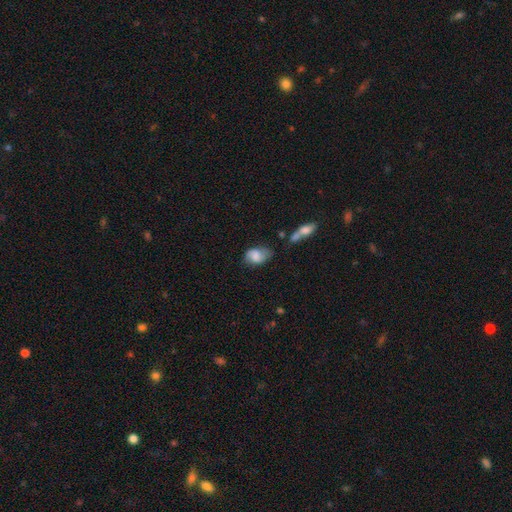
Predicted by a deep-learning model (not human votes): Smooth or featured? Predicted: smooth (p=0.67). How rounded? Predicted: in between (p=0.83). Merging? Predicted: none (p=0.57).